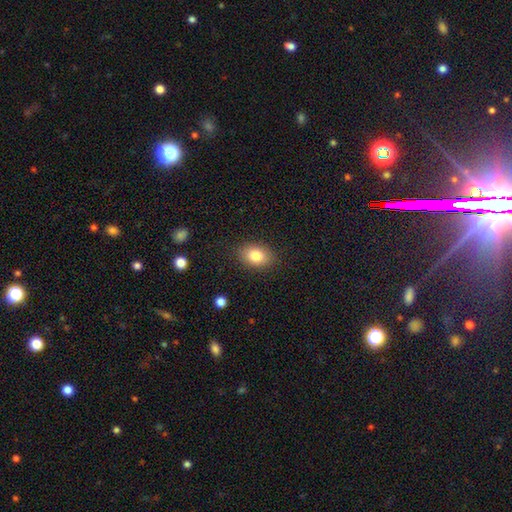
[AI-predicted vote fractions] A smooth galaxy with no disk features (83%) that is in between round and cigar-shaped (80%).

Vote fractions:
- Smooth or featured? smooth: 83% / featured or disk: 9% / star or artifact: 8%
- How rounded? in between: 80% / round: 19% / cigar-shaped: 1%
- Merging? none: 86% / minor disturbance: 10% / major disturbance: 3% / merger: 1%